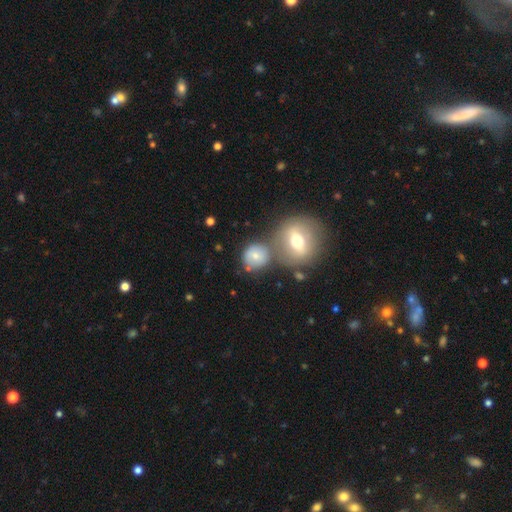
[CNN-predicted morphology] A smooth galaxy with no disk features (68%) that is round (84%).

Vote fractions:
- Smooth or featured? smooth: 68% / featured or disk: 22% / star or artifact: 10%
- How rounded? round: 84% / in between: 15% / cigar-shaped: 1%
- Merging? none: 52% / merger: 29% / minor disturbance: 13% / major disturbance: 5%